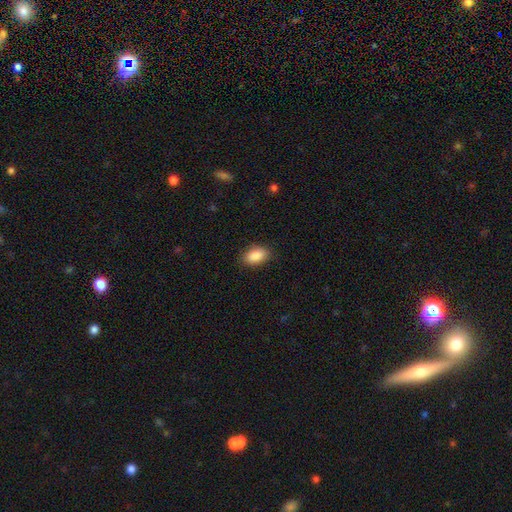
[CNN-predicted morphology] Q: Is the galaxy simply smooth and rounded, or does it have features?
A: smooth — 89%.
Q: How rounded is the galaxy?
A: in between — 92%.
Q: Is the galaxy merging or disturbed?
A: none — 86%.